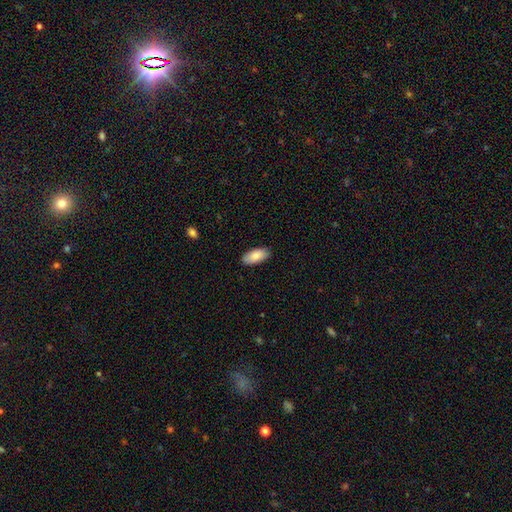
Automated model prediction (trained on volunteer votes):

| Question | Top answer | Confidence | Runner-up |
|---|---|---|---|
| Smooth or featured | smooth | 85% | featured or disk (9%) |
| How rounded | in between | 92% | cigar-shaped (6%) |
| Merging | none | 88% | minor disturbance (10%) |